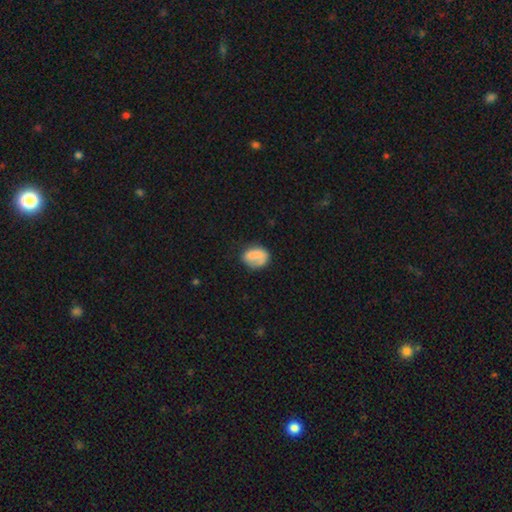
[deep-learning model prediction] A smooth galaxy with no disk features (74%) that is in between round and cigar-shaped (54%).

Vote fractions:
- Smooth or featured? smooth: 74% / featured or disk: 19% / star or artifact: 8%
- How rounded? in between: 54% / round: 45% / cigar-shaped: 1%
- Merging? none: 55% / minor disturbance: 26% / major disturbance: 12% / merger: 7%